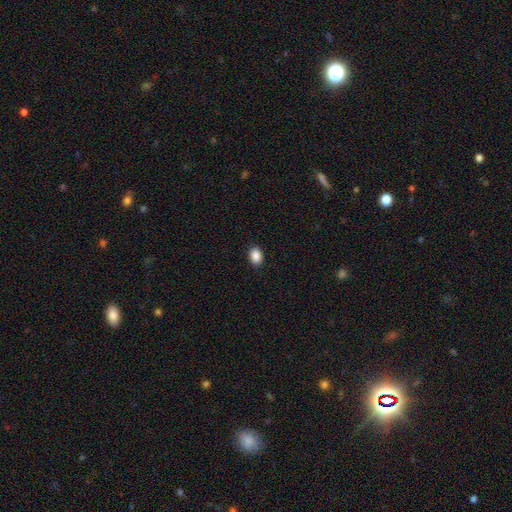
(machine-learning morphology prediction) Smooth or featured? Predicted: smooth (p=0.89). How rounded? Predicted: in between (p=0.74). Merging? Predicted: none (p=0.91).